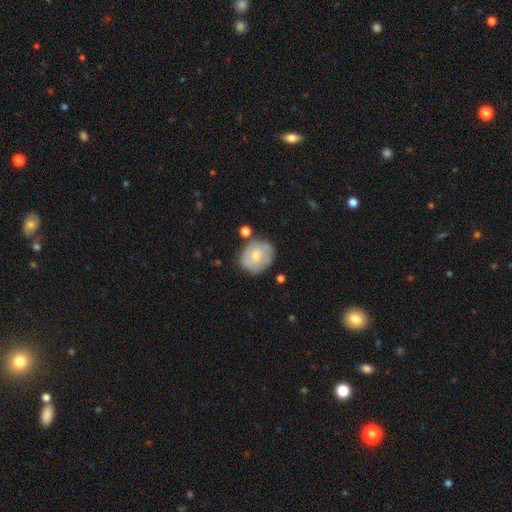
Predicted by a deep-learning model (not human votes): This is possibly a smooth galaxy (52%). How rounded: likely round (72%). Merging: likely none (65%).